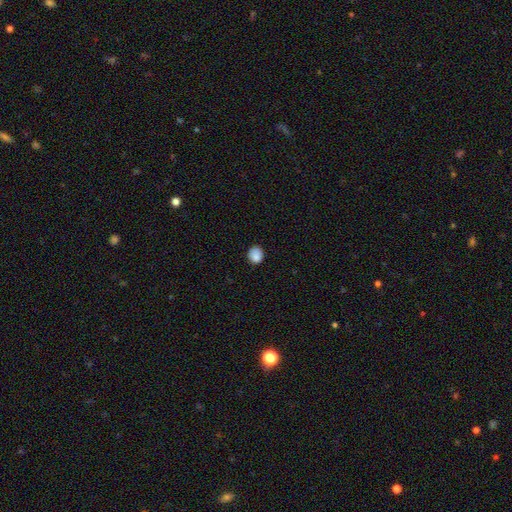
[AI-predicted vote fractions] The model was most divided on "how rounded": round: 82%, in between: 17%, cigar-shaped: 1%. More confident: smooth or featured — smooth (86%); merging — none (82%).